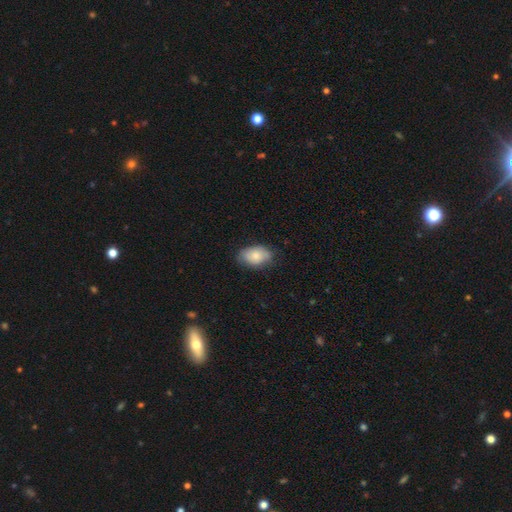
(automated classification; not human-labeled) A smooth galaxy with no disk features (79%) that is in between round and cigar-shaped (88%). Merging: none (74%).